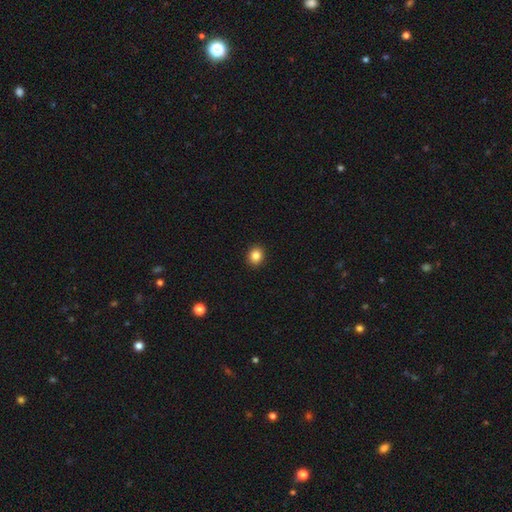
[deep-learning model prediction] smooth 85%, star or artifact 10%, featured or disk 5%. Down the decision tree: how rounded — round (68%); merging — none (92%).